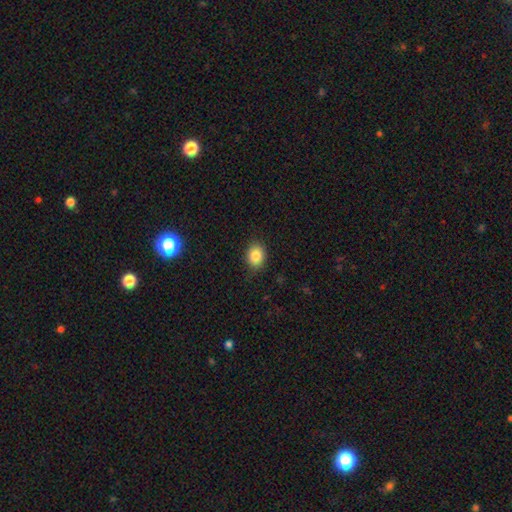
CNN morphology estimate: type=smooth (85%); roundness=in between (51%); merging=none (85%).